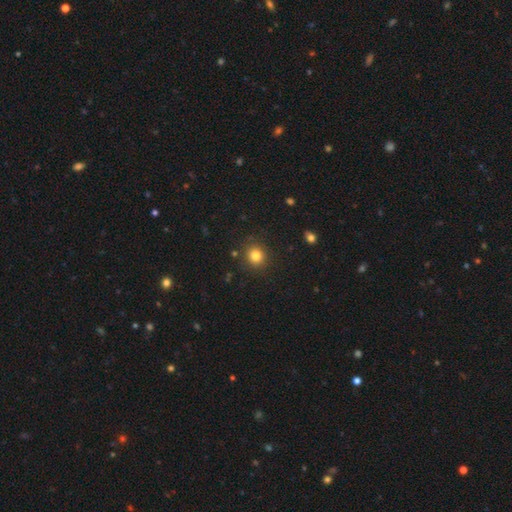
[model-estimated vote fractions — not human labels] Smooth or featured?
  - smooth: 81% *
  - star or artifact: 13%
  - featured or disk: 6%
How rounded?
  - round: 87% *
  - in between: 12%
  - cigar-shaped: 1%
Merging?
  - none: 89% *
  - minor disturbance: 7%
  - major disturbance: 2%
  - merger: 2%